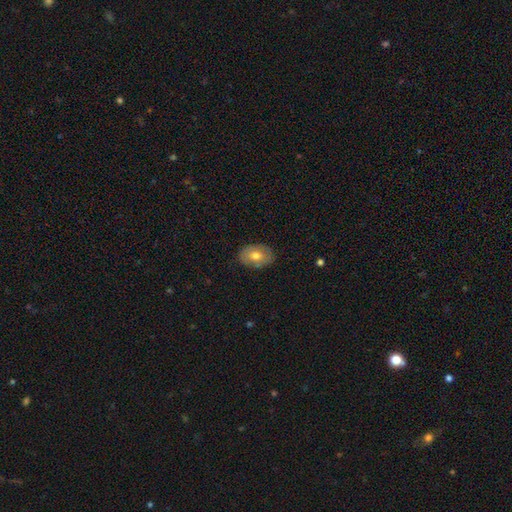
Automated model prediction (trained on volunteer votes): smooth_or_featured: smooth (p=0.65) [alt: featured or disk p=0.27]
how_rounded: in between (p=0.83) [alt: round p=0.16]
merging: none (p=0.82) [alt: minor disturbance p=0.14]